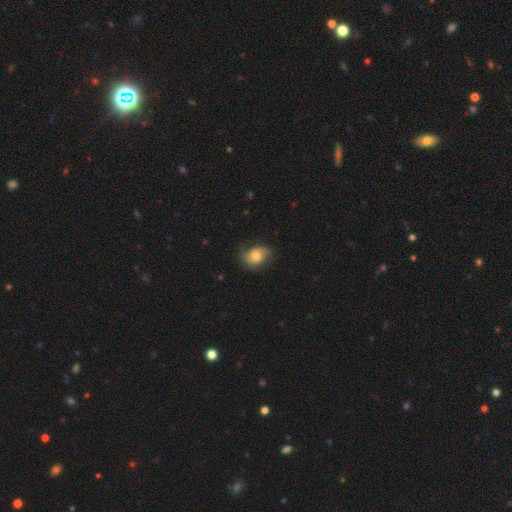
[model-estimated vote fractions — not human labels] Smooth or featured: smooth — 55% (featured or disk — 36%)
How rounded: in between — 66% (round — 33%)
Merging: none — 60% (minor disturbance — 28%)